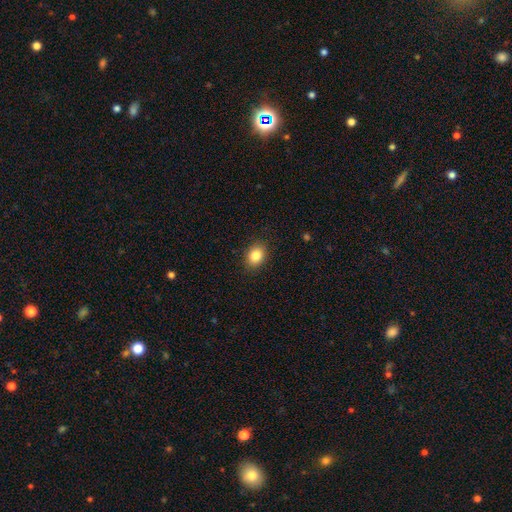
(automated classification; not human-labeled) smooth 84%, star or artifact 9%, featured or disk 6%. Down the decision tree: how rounded — in between (60%); merging — none (89%).